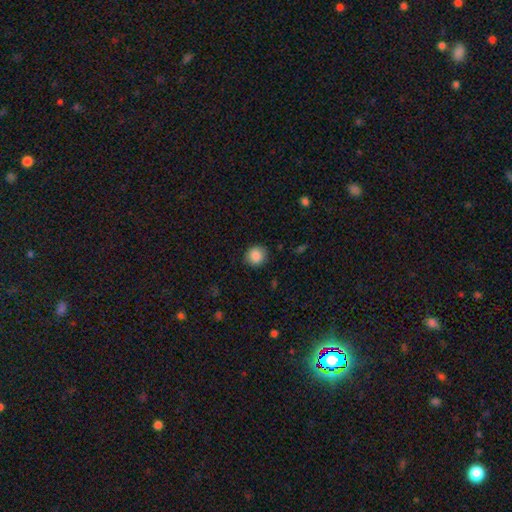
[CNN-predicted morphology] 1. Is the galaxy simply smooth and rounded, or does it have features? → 88% smooth, 9% star or artifact, 4% featured or disk.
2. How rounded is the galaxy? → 89% round, 10% in between, 1% cigar-shaped.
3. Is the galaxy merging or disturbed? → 86% none, 10% minor disturbance, 3% major disturbance, 1% merger.